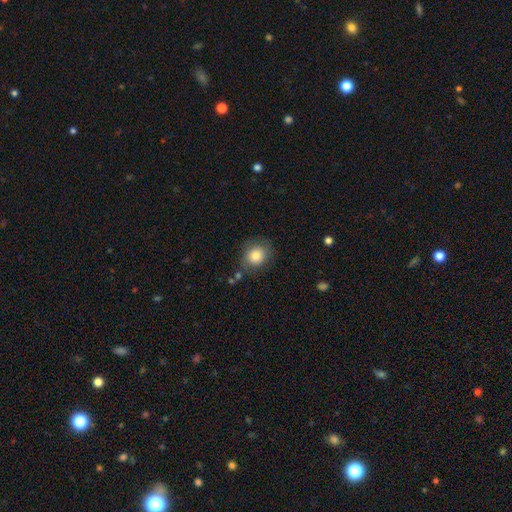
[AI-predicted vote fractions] Smooth or featured? Predicted: smooth (p=0.83). How rounded? Predicted: round (p=0.75). Merging? Predicted: none (p=0.74).